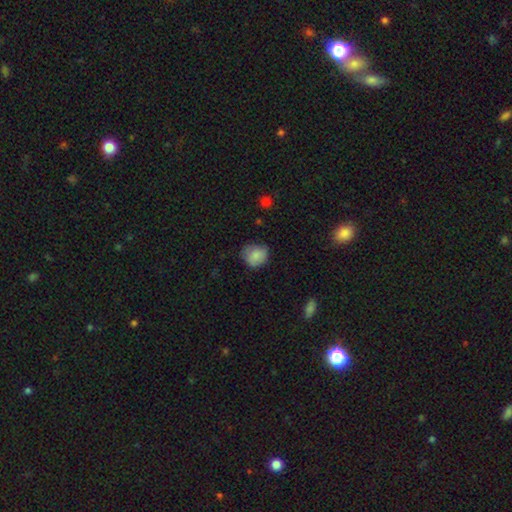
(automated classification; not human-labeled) The model was most divided on "merging": none: 67%, minor disturbance: 26%, major disturbance: 6%, merger: 1%. More confident: smooth or featured — smooth (81%); how rounded — round (77%).